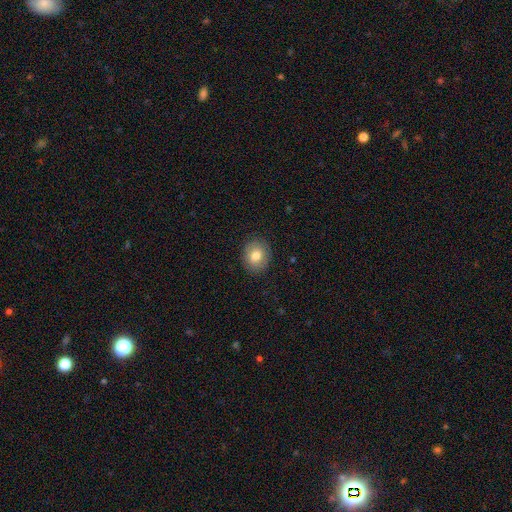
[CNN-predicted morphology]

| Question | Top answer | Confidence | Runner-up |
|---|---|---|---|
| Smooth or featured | smooth | 78% | featured or disk (13%) |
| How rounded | round | 60% | in between (40%) |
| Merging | none | 88% | minor disturbance (9%) |